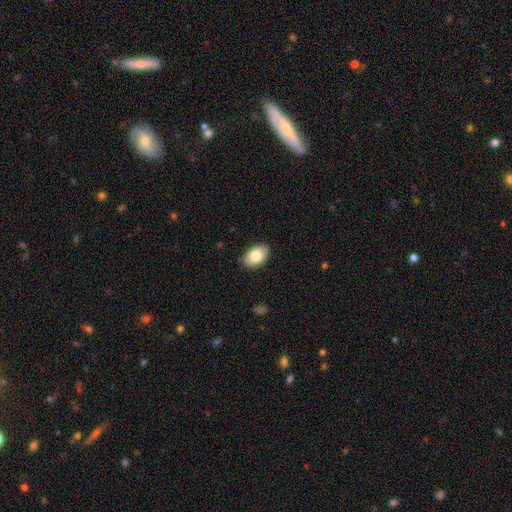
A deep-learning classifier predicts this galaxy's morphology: Q: Smooth or featured?
A: smooth (82%); runner-up: featured or disk (11%)
Q: How rounded?
A: in between (91%); runner-up: round (8%)
Q: Merging?
A: none (87%); runner-up: minor disturbance (10%)